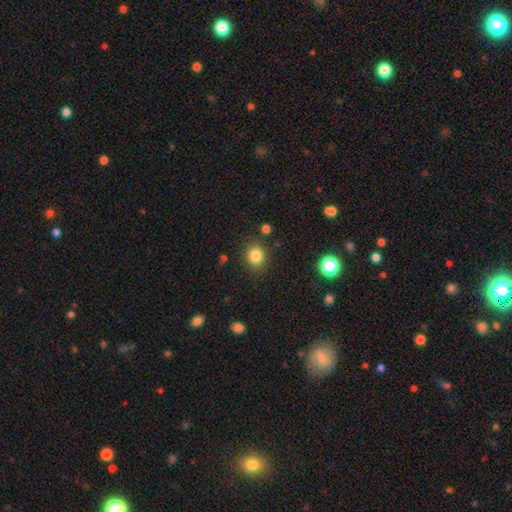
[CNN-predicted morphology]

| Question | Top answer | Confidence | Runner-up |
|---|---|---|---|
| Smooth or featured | smooth | 83% | star or artifact (12%) |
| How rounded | round | 79% | in between (21%) |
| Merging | none | 85% | minor disturbance (9%) |